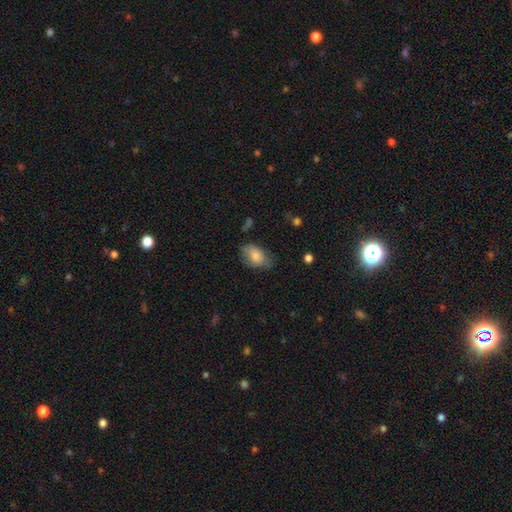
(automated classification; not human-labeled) smooth_or_featured: smooth (p=0.79) [alt: featured or disk p=0.14]
how_rounded: in between (p=0.87) [alt: round p=0.11]
merging: none (p=0.58) [alt: minor disturbance p=0.30]